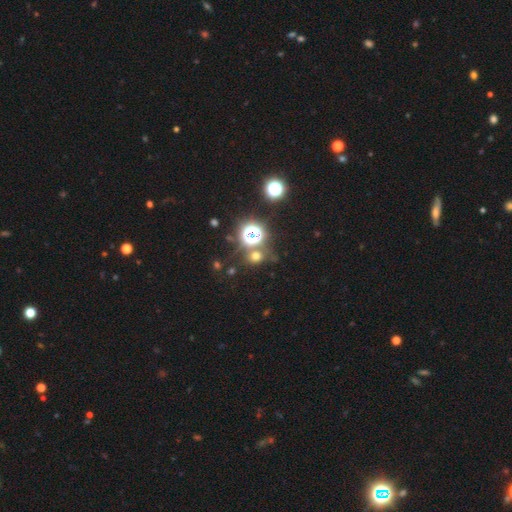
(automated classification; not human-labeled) The model was most divided on "smooth or featured": smooth: 55%, star or artifact: 38%, featured or disk: 8%. More confident: how rounded — round (77%); merging — none (73%).